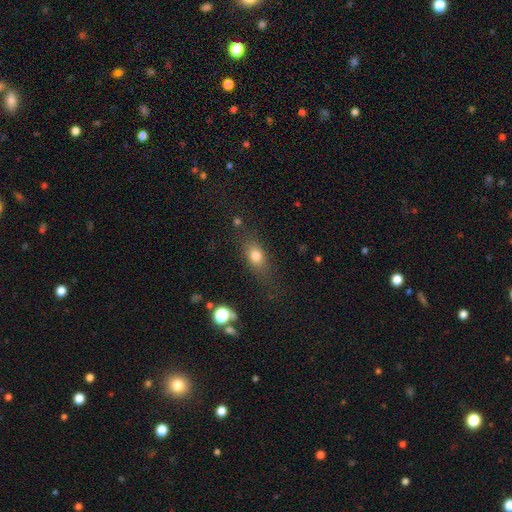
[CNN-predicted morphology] Smooth or featured? Predicted: smooth (p=0.74). How rounded? Predicted: in between (p=0.67). Merging? Predicted: none (p=0.69).